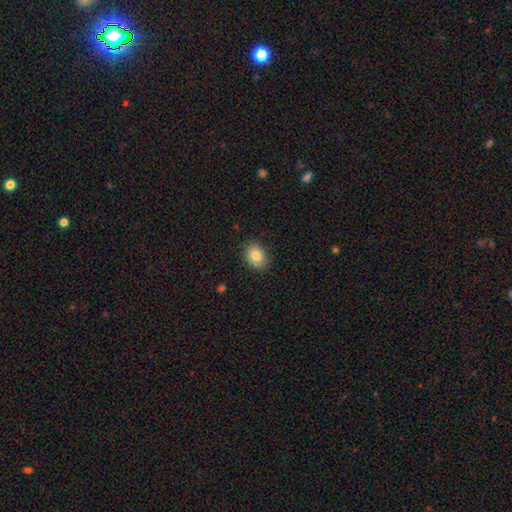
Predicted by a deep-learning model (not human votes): This is clearly a smooth galaxy (84%). How rounded: likely in between (63%). Merging: clearly none (87%).